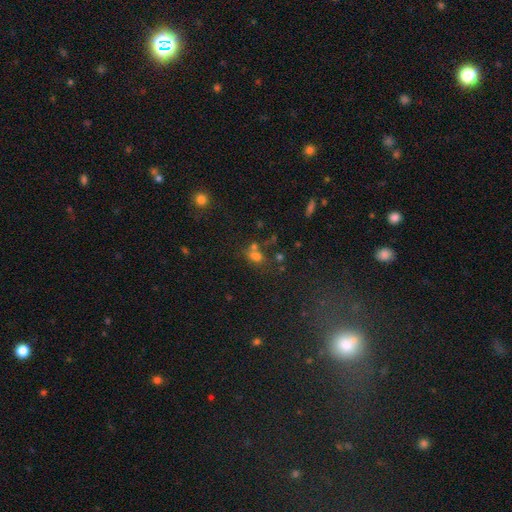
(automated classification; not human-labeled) Smooth or featured: smooth — 65% (star or artifact — 23%)
How rounded: in between — 53% (round — 44%)
Merging: none — 44% (merger — 36%)